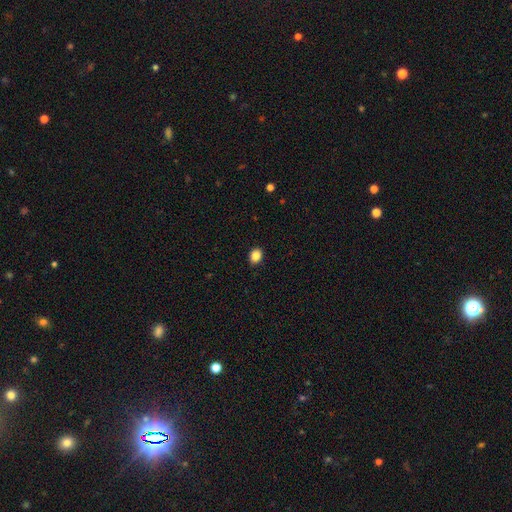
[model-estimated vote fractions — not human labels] A smooth galaxy with no disk features (87%) that is in between round and cigar-shaped (50%). Merging: none (90%).